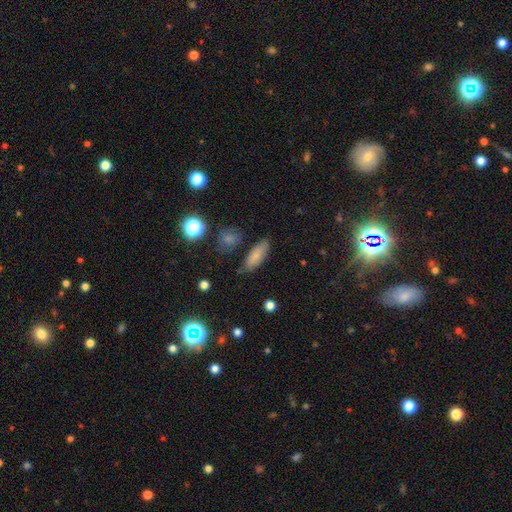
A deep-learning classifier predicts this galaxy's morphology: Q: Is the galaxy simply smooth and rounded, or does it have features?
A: smooth — 77%.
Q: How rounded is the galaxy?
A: in between — 67%.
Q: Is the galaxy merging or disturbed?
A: none — 77%.